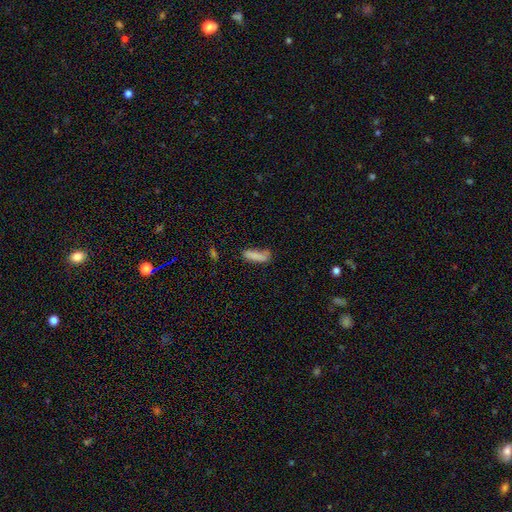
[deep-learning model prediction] Smooth or featured? smooth (82%)
How rounded? cigar-shaped (53%)
Merging? none (56%)